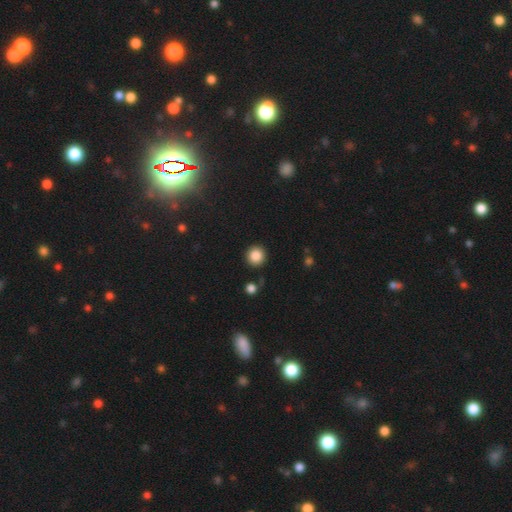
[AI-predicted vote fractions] This is clearly a smooth galaxy (86%). How rounded: clearly round (94%). Merging: clearly none (89%).